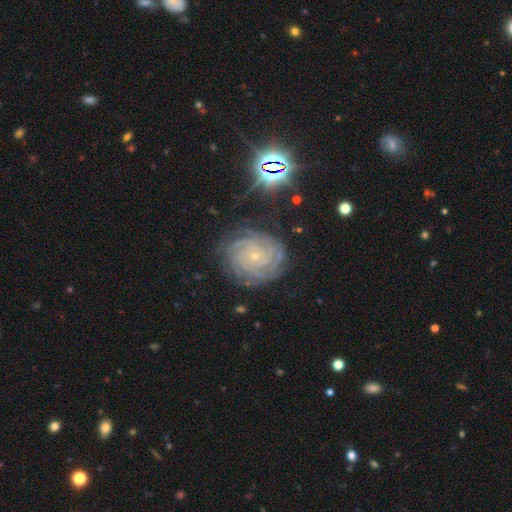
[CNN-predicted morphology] This is clearly a featured or disk galaxy (82%). It is clearly not viewed edge-on (97%). Bar: clearly no (80%). Spiral arm pattern: clearly yes (97%). Spiral arm count: marginally can't tell (27%). Spiral winding: clearly tight (82%). Central bulge: clearly small (86%). Merging: likely none (78%).